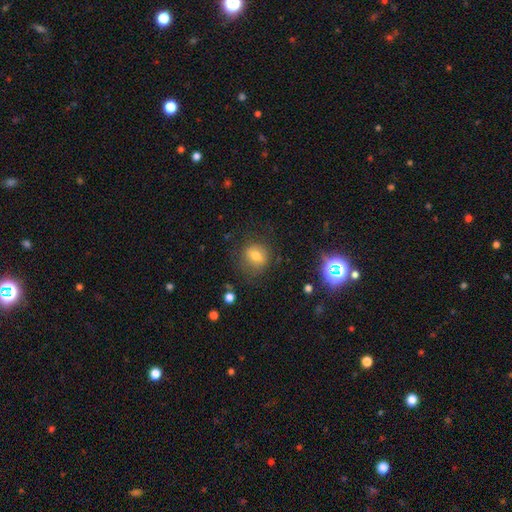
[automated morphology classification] A smooth galaxy with no disk features (70%) that is round (79%).

Vote fractions:
- Smooth or featured? smooth: 70% / featured or disk: 17% / star or artifact: 13%
- How rounded? round: 79% / in between: 20% / cigar-shaped: 1%
- Merging? none: 72% / minor disturbance: 17% / major disturbance: 9% / merger: 2%